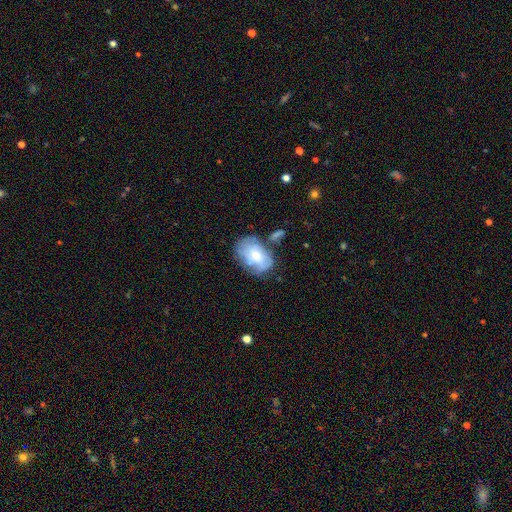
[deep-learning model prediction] smooth_or_featured: smooth (p=0.51) [alt: featured or disk p=0.41]
how_rounded: in between (p=0.82) [alt: round p=0.17]
merging: none (p=0.51) [alt: minor disturbance p=0.26]